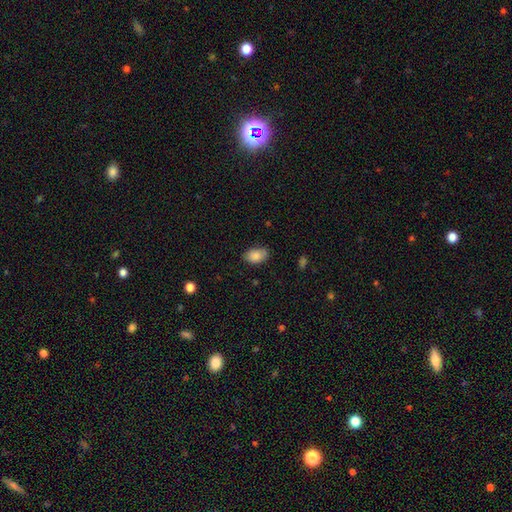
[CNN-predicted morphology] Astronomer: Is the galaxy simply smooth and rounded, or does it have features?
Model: smooth — 86%.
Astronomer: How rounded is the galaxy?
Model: in between — 89%.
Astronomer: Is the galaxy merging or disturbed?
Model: none — 76%.